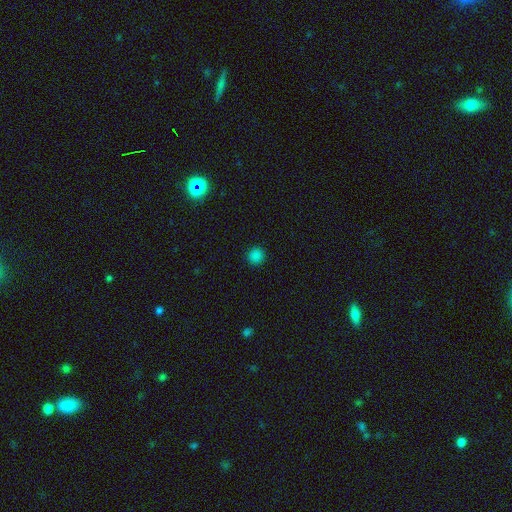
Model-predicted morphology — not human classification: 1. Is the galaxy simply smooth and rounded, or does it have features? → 84% smooth, 14% star or artifact, 2% featured or disk.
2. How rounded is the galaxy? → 93% round, 6% in between, 1% cigar-shaped.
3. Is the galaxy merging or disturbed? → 92% none, 5% minor disturbance, 2% major disturbance, 1% merger.